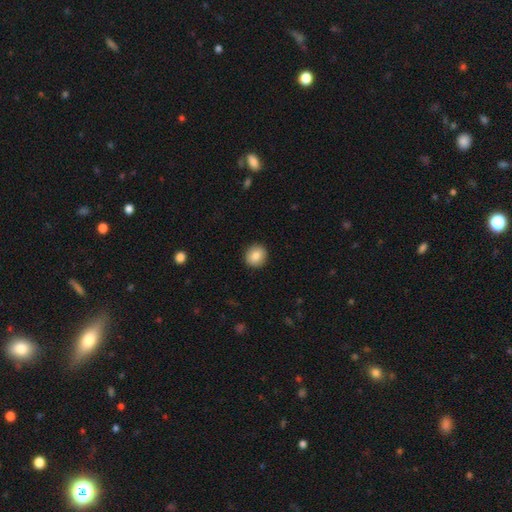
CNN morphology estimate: Smooth or featured: smooth — 84% (featured or disk — 8%)
How rounded: round — 83% (in between — 16%)
Merging: none — 91% (minor disturbance — 6%)